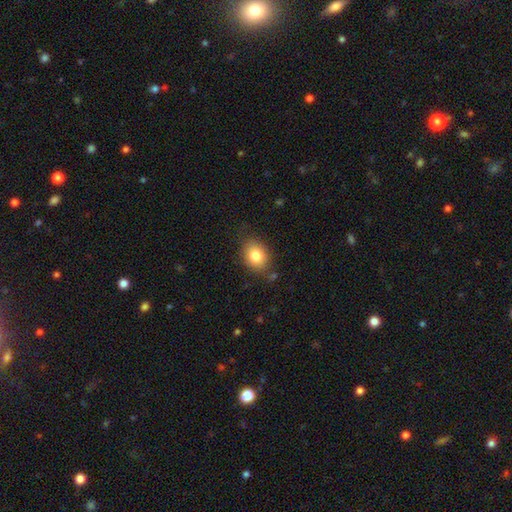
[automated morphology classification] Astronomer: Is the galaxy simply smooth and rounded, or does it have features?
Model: smooth — 82%.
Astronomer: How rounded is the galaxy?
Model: in between — 57% (runner-up: round, 42%).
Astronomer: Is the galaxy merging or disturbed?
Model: none — 78%.